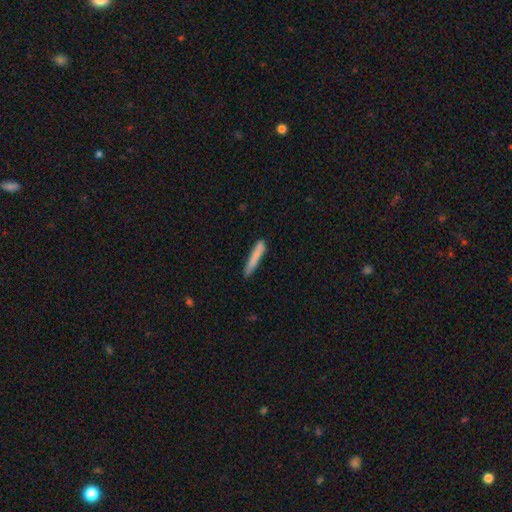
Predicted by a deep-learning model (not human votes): Smooth or featured?
  - smooth: 79% *
  - featured or disk: 15%
  - star or artifact: 6%
How rounded?
  - cigar-shaped: 95% *
  - in between: 4%
  - round: 1%
Merging?
  - none: 82% *
  - minor disturbance: 13%
  - major disturbance: 2%
  - merger: 2%